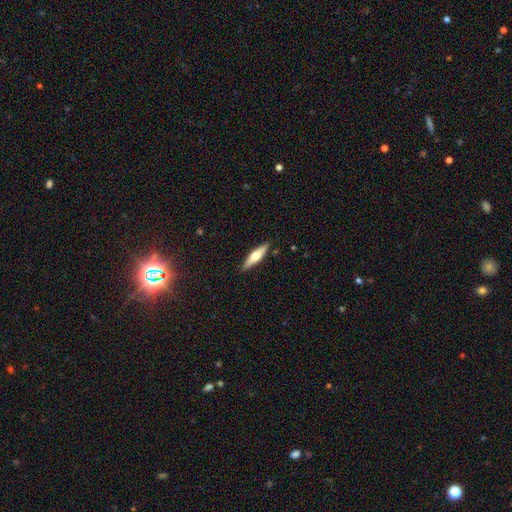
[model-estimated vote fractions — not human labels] Smooth or featured: featured or disk — 51% (smooth — 44%)
Edge-on disk: yes — 95% (no — 5%)
Merging: none — 89% (minor disturbance — 8%)